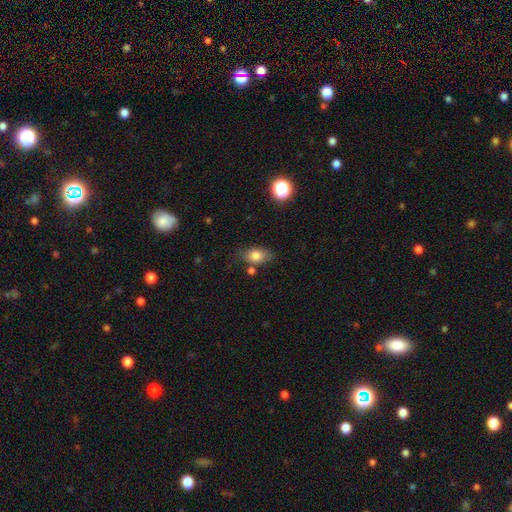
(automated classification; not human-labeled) smooth 80%, featured or disk 10%, star or artifact 10%. Down the decision tree: how rounded — in between (78%); merging — none (69%).